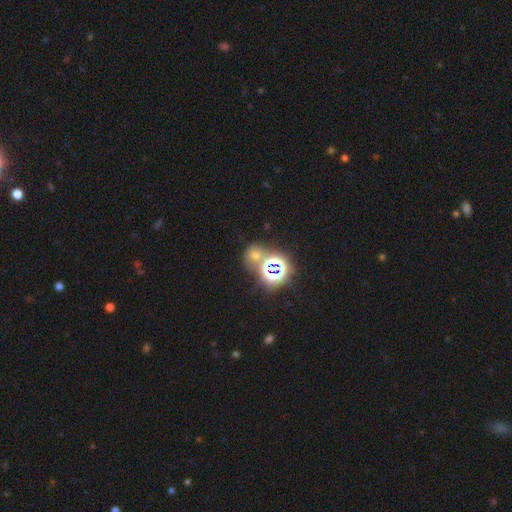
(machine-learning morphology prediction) This appears to be a star or artifact, not a galaxy (49%).